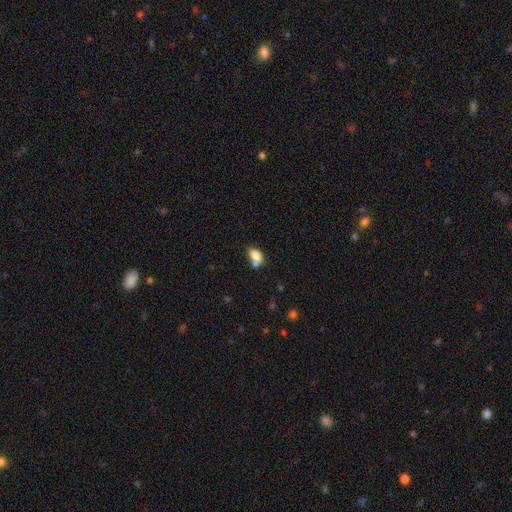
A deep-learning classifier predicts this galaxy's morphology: type=smooth (78%); roundness=in between (86%); merging=merger (43%).